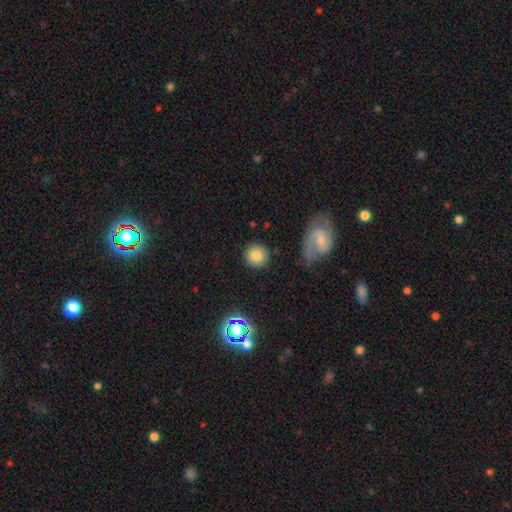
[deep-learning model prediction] This appears to be a smooth galaxy with no disk features (76%) that is round (93%). Merging: none (87%).